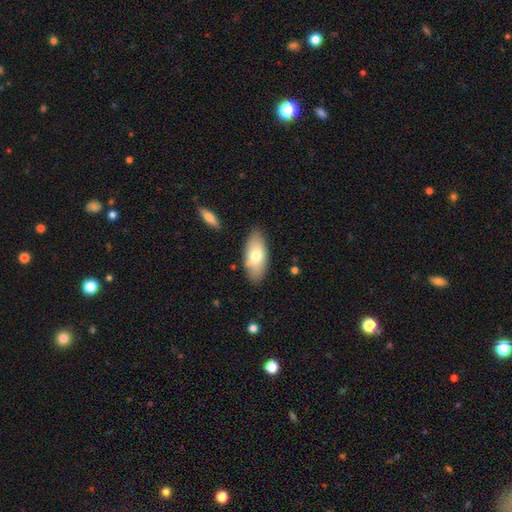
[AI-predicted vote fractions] smooth-or-featured: smooth: 72% | featured or disk: 22% | star or artifact: 6%
  how-rounded: in between: 90% | cigar-shaped: 8% | round: 2%
  merging: none: 80% | minor disturbance: 13% | merger: 4% | major disturbance: 3%